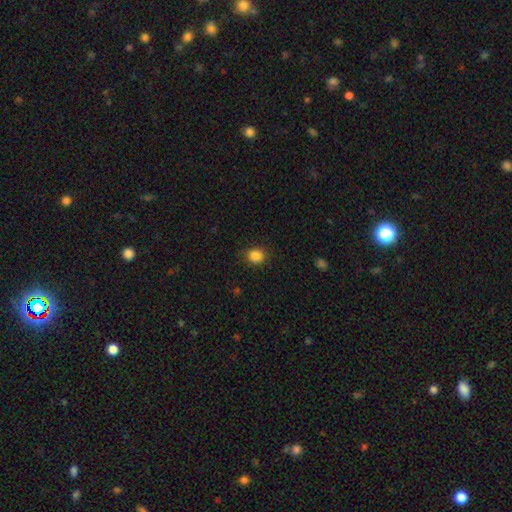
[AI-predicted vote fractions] Smooth or featured? smooth (86%)
How rounded? round (69%)
Merging? none (86%)